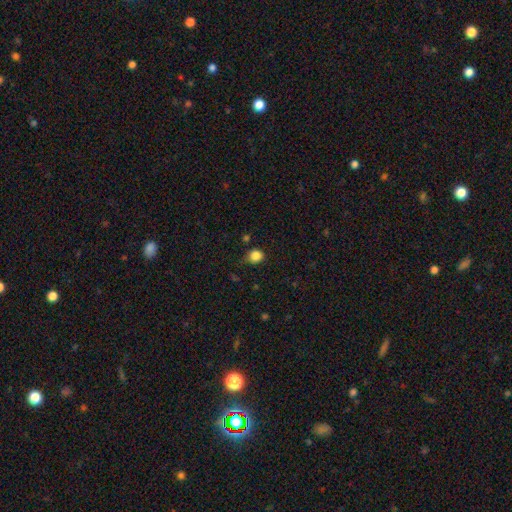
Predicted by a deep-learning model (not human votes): A smooth galaxy with no disk features (85%) that is round (79%). Merging: none (67%).